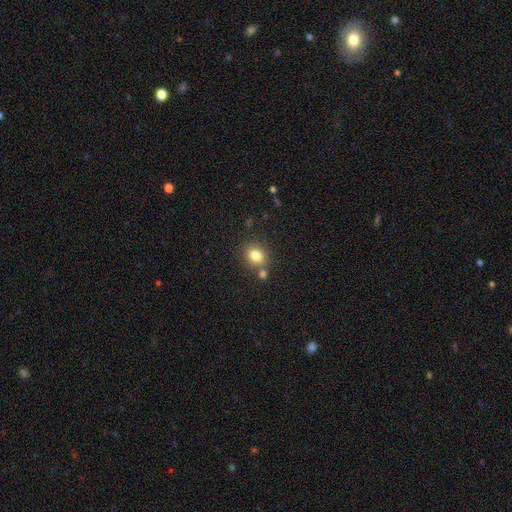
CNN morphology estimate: smooth_or_featured: smooth (p=0.82) [alt: star or artifact p=0.11]
how_rounded: round (p=0.63) [alt: in between p=0.36]
merging: none (p=0.70) [alt: merger p=0.16]